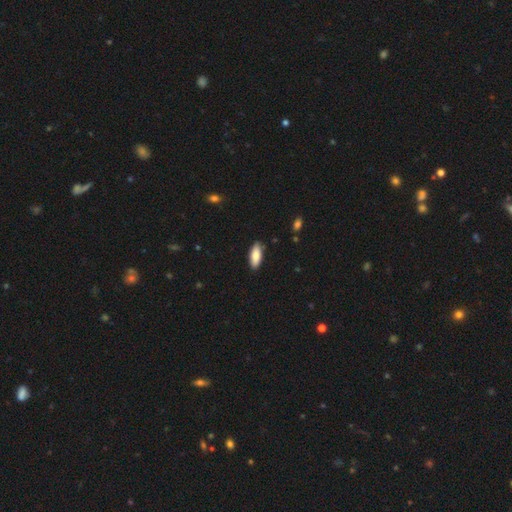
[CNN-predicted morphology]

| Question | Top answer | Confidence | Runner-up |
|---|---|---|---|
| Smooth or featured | smooth | 83% | featured or disk (12%) |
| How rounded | in between | 72% | cigar-shaped (26%) |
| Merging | none | 85% | minor disturbance (12%) |